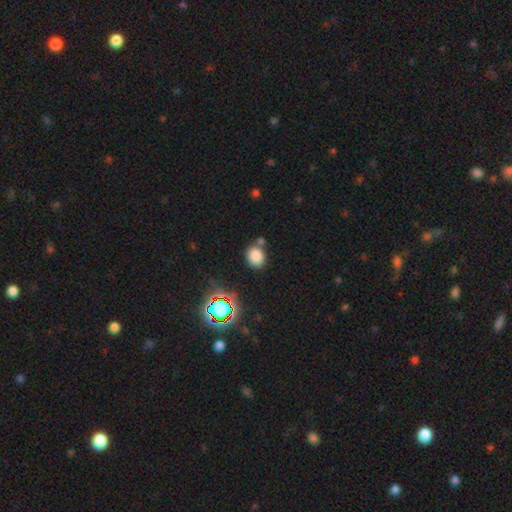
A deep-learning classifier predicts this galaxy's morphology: This is likely a smooth galaxy (80%). How rounded: possibly round (52%). Merging: likely none (72%).